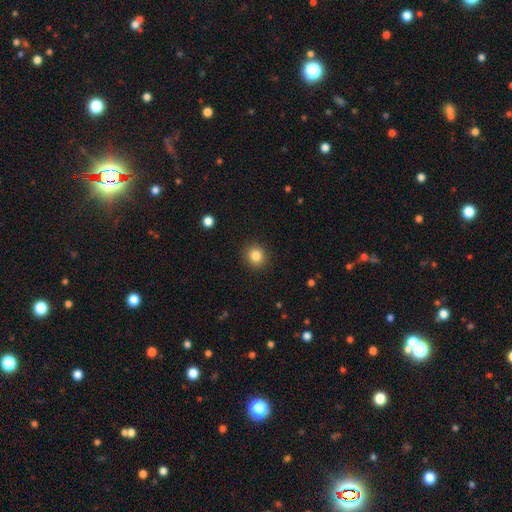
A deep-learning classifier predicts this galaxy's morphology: A smooth galaxy with no disk features (83%) that is round (89%). Merging: none (91%).